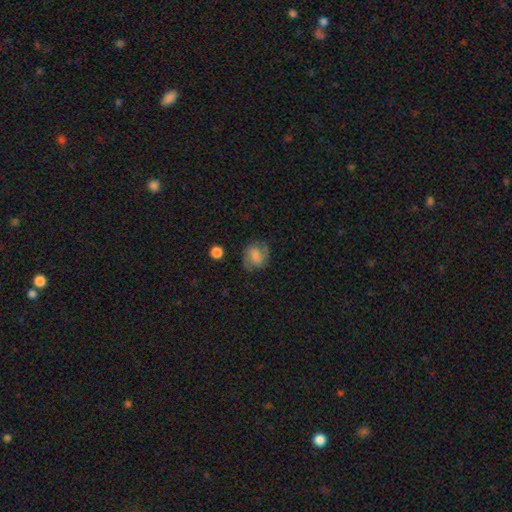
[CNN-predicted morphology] Smooth or featured?
  - smooth: 48% *
  - featured or disk: 43%
  - star or artifact: 9%
Merging?
  - none: 72% *
  - minor disturbance: 19%
  - major disturbance: 8%
  - merger: 2%